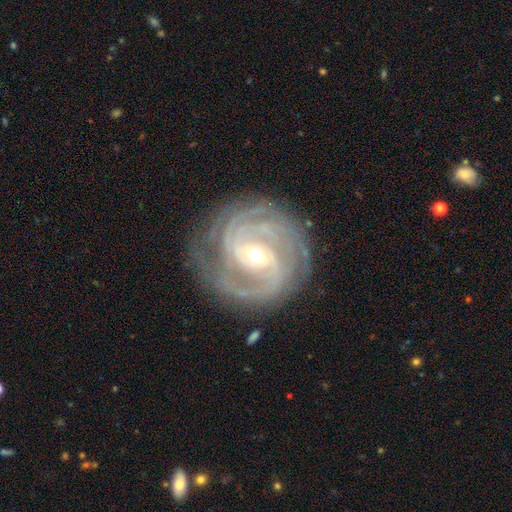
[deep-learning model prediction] Smooth or featured?
  - featured or disk: 91% *
  - star or artifact: 5%
  - smooth: 4%
Edge-on disk?
  - no: 97% *
  - yes: 3%
Bar?
  - weak: 45% *
  - no: 32%
  - strong: 23%
Spiral arms?
  - yes: 98% *
  - no: 2%
Spiral winding?
  - tight: 70% *
  - medium: 25%
  - loose: 5%
Spiral arm count?
  - 2: 27% *
  - 3: 26%
  - can't tell: 19%
  - 4: 13%
  - more than 4: 7%
  - 1: 7%
Bulge size?
  - moderate: 57% *
  - small: 39%
  - large: 3%
  - none: 1%
  - dominant: 1%
Merging?
  - none: 76% *
  - minor disturbance: 16%
  - major disturbance: 7%
  - merger: 1%